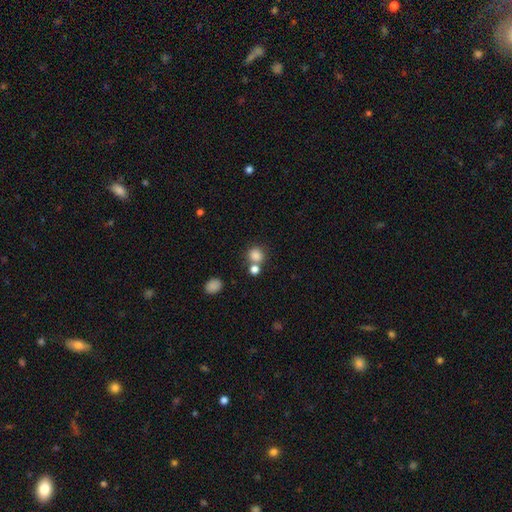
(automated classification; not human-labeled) Q: Smooth or featured?
A: smooth (82%); runner-up: star or artifact (12%)
Q: How rounded?
A: round (82%); runner-up: in between (17%)
Q: Merging?
A: none (58%); runner-up: merger (29%)